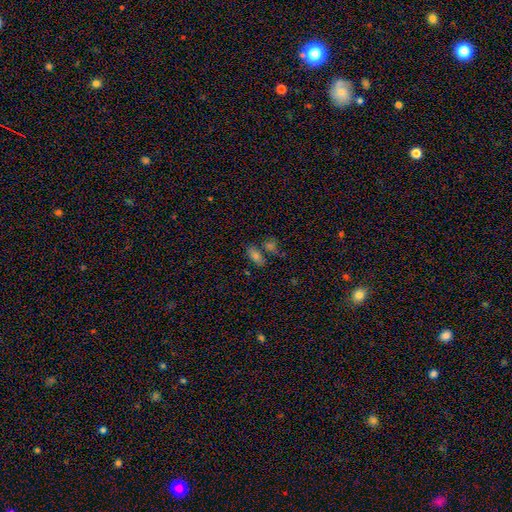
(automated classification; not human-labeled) smooth 71%, star or artifact 16%, featured or disk 13%. Down the decision tree: how rounded — in between (81%); merging — none (63%).